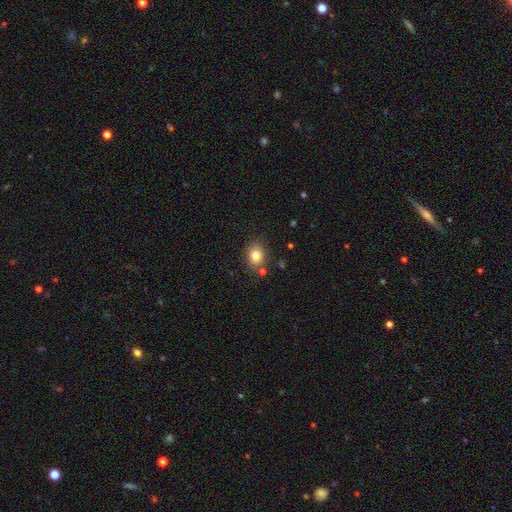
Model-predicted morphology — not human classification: smooth-or-featured: smooth: 82% | star or artifact: 11% | featured or disk: 7%
  how-rounded: round: 56% | in between: 43% | cigar-shaped: 1%
  merging: none: 80% | minor disturbance: 11% | merger: 6% | major disturbance: 3%